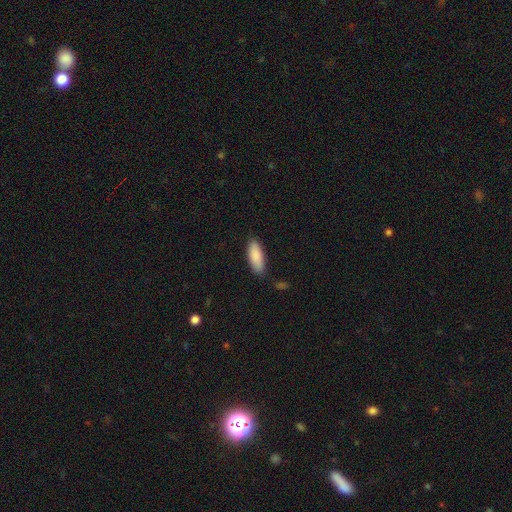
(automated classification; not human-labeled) Smooth or featured: smooth — 89% (featured or disk — 6%)
How rounded: in between — 70% (cigar-shaped — 29%)
Merging: none — 84% (minor disturbance — 12%)